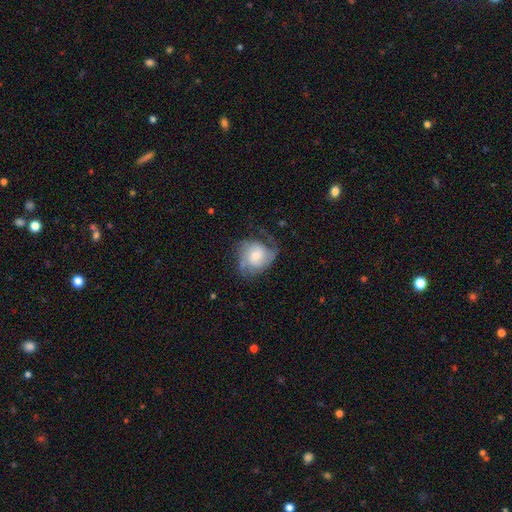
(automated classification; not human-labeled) Overall: featured or disk (69%). Edge-on disk: no (98%). Bar: no (63%; weak 32%). Spiral arms: yes (92%). Spiral arm count: 2 (53%; can't tell 19%). Spiral winding: medium (44%; tight 33%). Bulge size: moderate (45%; small 36%). Merging: none (53%; minor disturbance 24%).